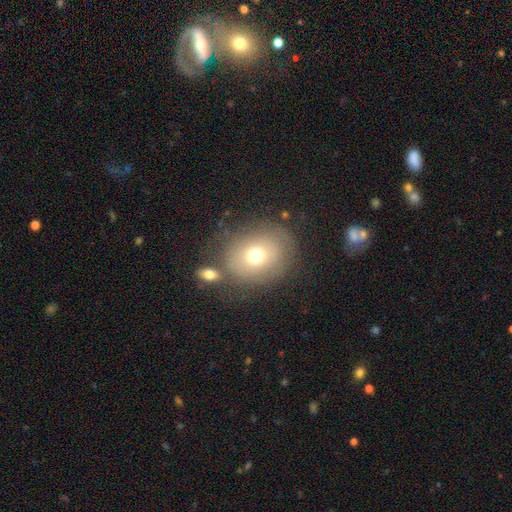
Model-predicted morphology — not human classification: Smooth or featured? Predicted: smooth (p=0.68). How rounded? Predicted: round (p=0.63). Merging? Predicted: none (p=0.68).